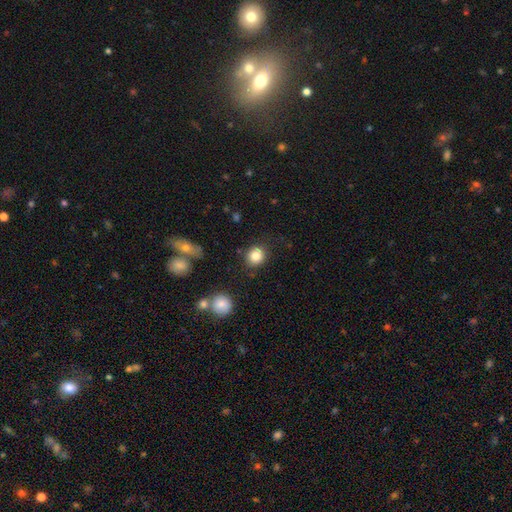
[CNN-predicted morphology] smooth_or_featured: smooth (p=0.84) [alt: star or artifact p=0.10]
how_rounded: round (p=0.84) [alt: in between p=0.15]
merging: none (p=0.86) [alt: minor disturbance p=0.09]